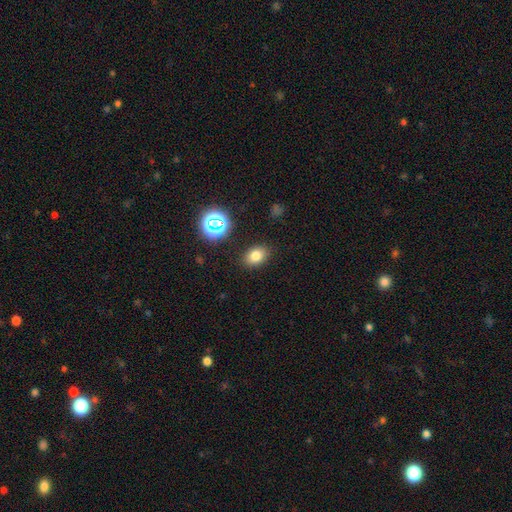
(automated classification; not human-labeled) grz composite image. It shows a smooth galaxy with no disk features (76%) that is in between round and cigar-shaped (74%). Merging: none (86%).